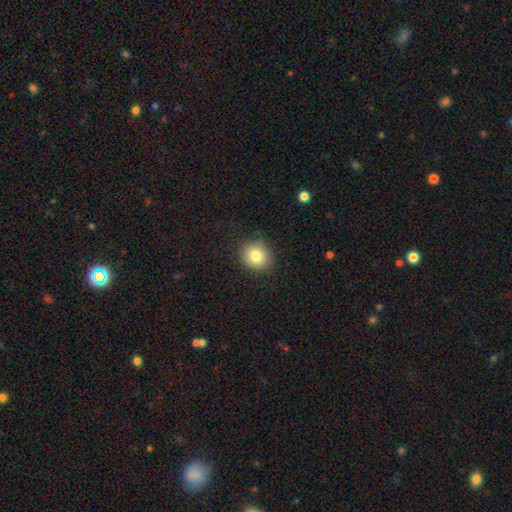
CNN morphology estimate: Smooth or featured: smooth — 81% (star or artifact — 10%)
How rounded: round — 84% (in between — 15%)
Merging: none — 86% (minor disturbance — 10%)